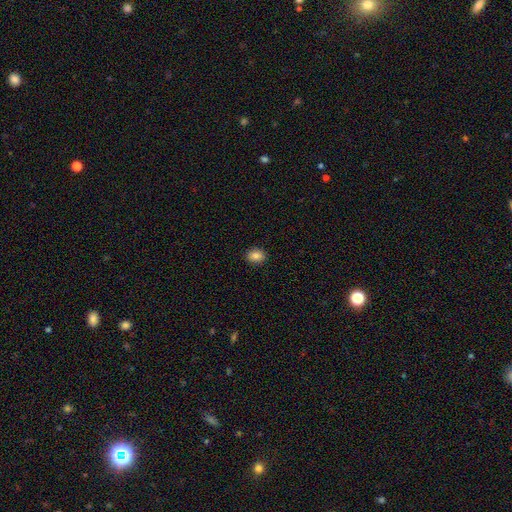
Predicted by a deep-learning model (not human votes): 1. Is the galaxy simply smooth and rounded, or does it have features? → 86% smooth, 10% star or artifact, 5% featured or disk.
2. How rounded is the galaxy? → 64% in between, 34% round, 1% cigar-shaped.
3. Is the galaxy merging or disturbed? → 91% none, 7% minor disturbance, 2% major disturbance, 1% merger.